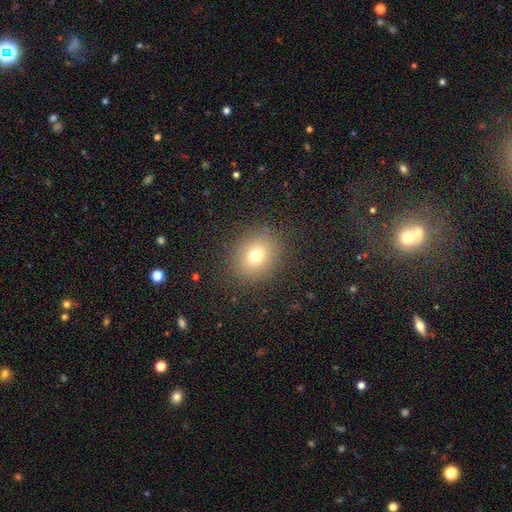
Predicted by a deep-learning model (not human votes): Smooth or featured? Predicted: smooth (p=0.74). How rounded? Predicted: round (p=0.72). Merging? Predicted: none (p=0.87).